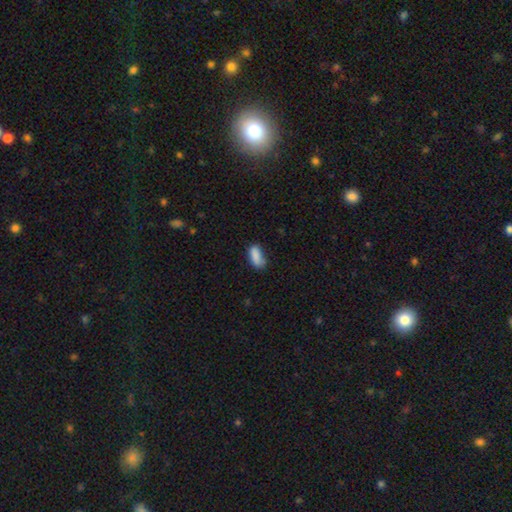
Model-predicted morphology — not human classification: Smooth or featured? Predicted: smooth (p=0.87). How rounded? Predicted: in between (p=0.84). Merging? Predicted: none (p=0.64).